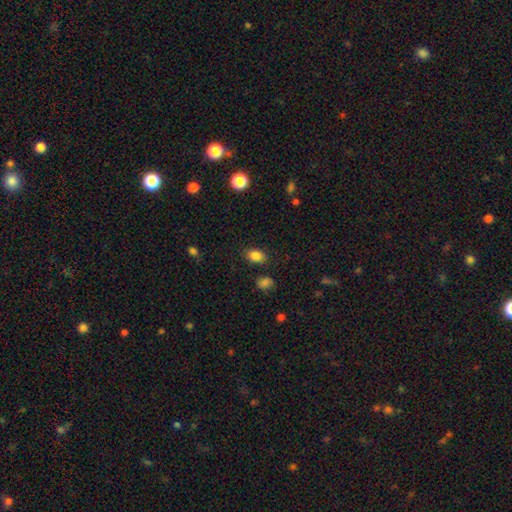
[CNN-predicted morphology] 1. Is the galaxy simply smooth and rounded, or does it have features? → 85% smooth, 10% star or artifact, 5% featured or disk.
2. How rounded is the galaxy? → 78% in between, 20% round, 1% cigar-shaped.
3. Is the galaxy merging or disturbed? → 83% none, 11% minor disturbance, 3% merger, 3% major disturbance.